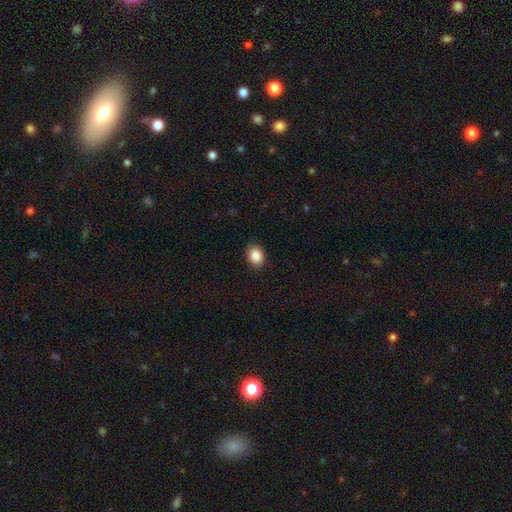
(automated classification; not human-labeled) smooth_or_featured: smooth (p=0.87) [alt: star or artifact p=0.08]
how_rounded: in between (p=0.62) [alt: round p=0.37]
merging: none (p=0.88) [alt: minor disturbance p=0.09]